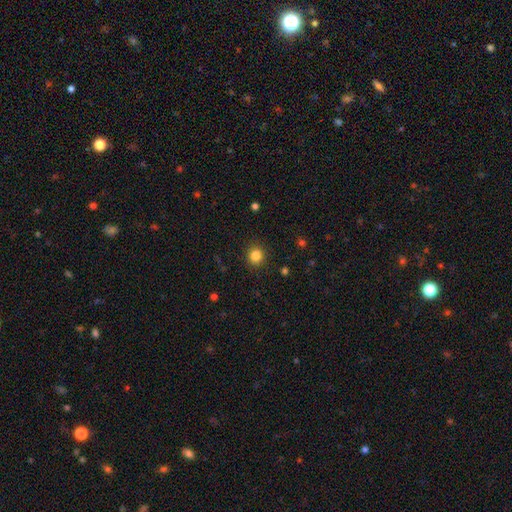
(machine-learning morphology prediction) Smooth or featured?
  - smooth: 83% *
  - star or artifact: 12%
  - featured or disk: 4%
How rounded?
  - round: 88% *
  - in between: 11%
  - cigar-shaped: 1%
Merging?
  - none: 90% *
  - minor disturbance: 6%
  - major disturbance: 2%
  - merger: 1%